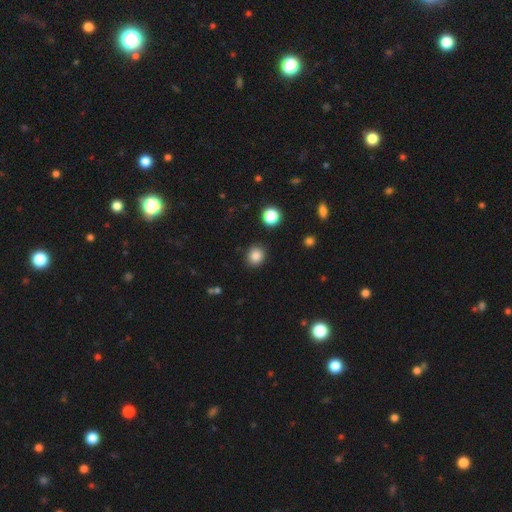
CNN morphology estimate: Q: Smooth or featured?
A: smooth (85%); runner-up: star or artifact (11%)
Q: How rounded?
A: round (78%); runner-up: in between (21%)
Q: Merging?
A: none (88%); runner-up: minor disturbance (7%)